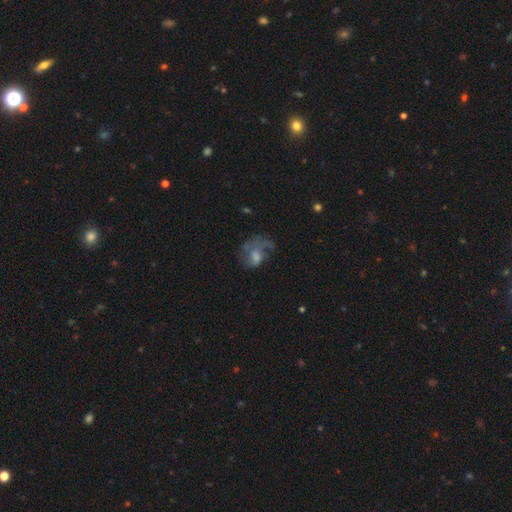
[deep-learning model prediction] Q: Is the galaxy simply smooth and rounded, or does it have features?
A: featured or disk — 49%.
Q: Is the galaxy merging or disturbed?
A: major disturbance — 45%.